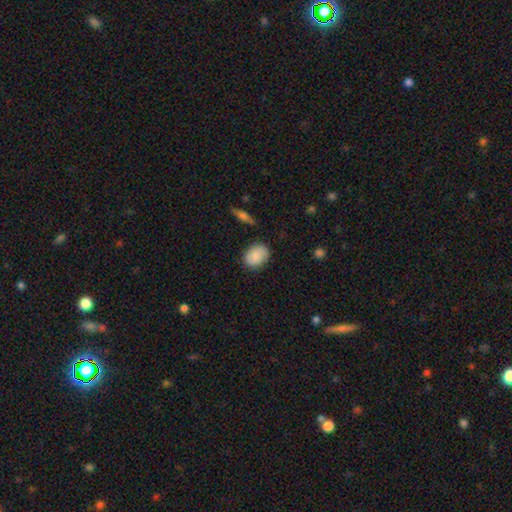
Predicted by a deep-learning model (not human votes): Q: Smooth or featured?
A: smooth (84%); runner-up: featured or disk (9%)
Q: How rounded?
A: in between (66%); runner-up: round (33%)
Q: Merging?
A: none (82%); runner-up: minor disturbance (13%)